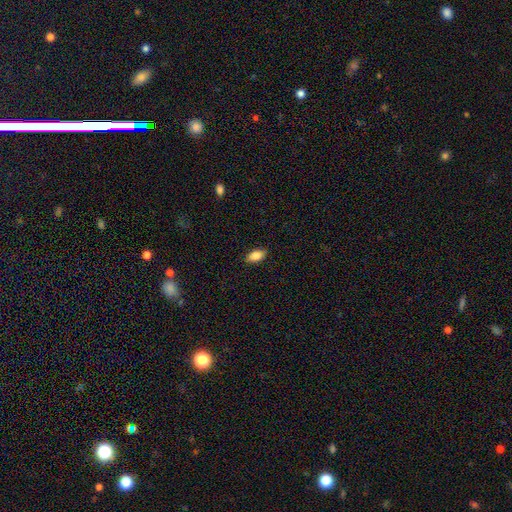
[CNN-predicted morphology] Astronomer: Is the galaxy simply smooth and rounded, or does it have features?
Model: smooth — 83%.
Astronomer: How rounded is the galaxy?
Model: in between — 90%.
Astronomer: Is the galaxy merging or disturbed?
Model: none — 89%.